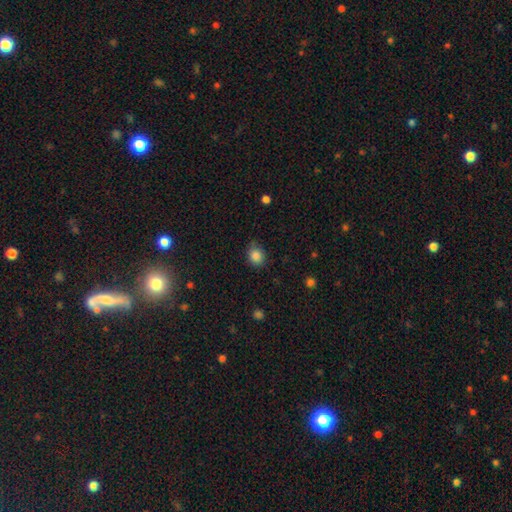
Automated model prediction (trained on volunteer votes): The model was most divided on "how rounded": round: 65%, in between: 34%, cigar-shaped: 1%. More confident: smooth or featured — smooth (86%); merging — none (73%).